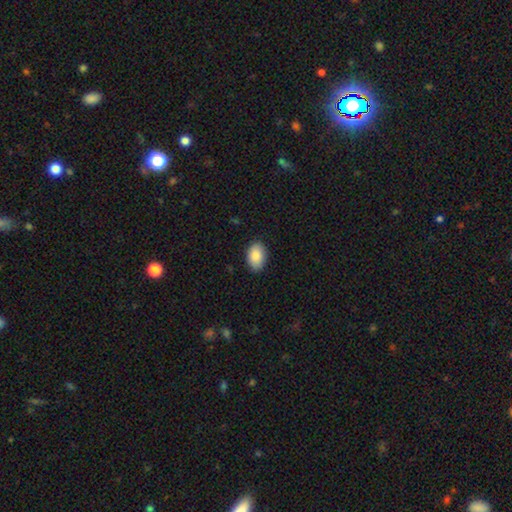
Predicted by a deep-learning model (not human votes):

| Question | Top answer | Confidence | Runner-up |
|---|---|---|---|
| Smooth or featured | smooth | 89% | star or artifact (6%) |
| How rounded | in between | 88% | round (11%) |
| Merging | none | 87% | minor disturbance (10%) |